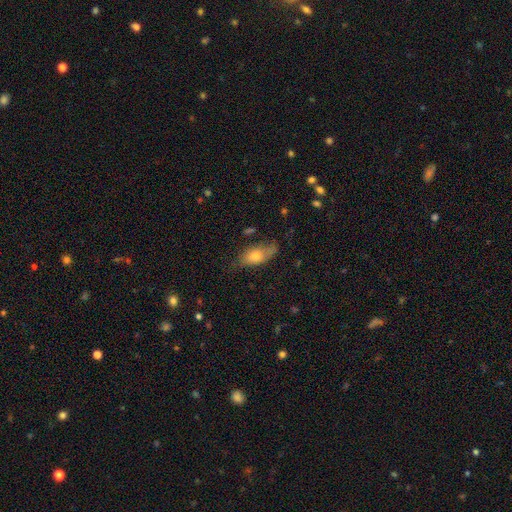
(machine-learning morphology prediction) Overall: smooth (67%). How rounded: in between (82%). Merging: none (61%; minor disturbance 28%).